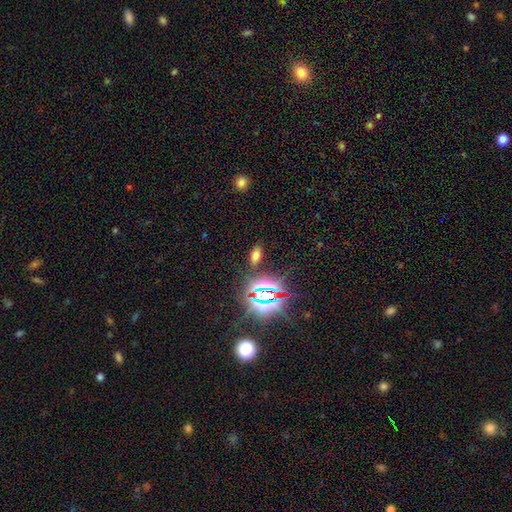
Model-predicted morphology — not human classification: Q: Smooth or featured?
A: smooth (60%); runner-up: star or artifact (32%)
Q: How rounded?
A: in between (87%); runner-up: cigar-shaped (7%)
Q: Merging?
A: none (86%); runner-up: minor disturbance (8%)